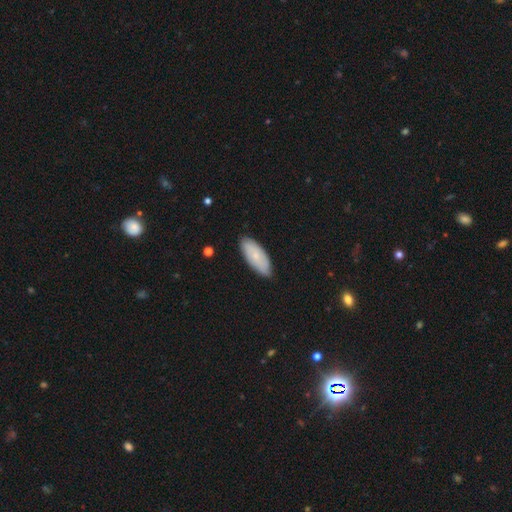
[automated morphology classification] The model was most divided on "smooth or featured": smooth: 73%, featured or disk: 21%, star or artifact: 6%. More confident: how rounded — in between (85%); merging — none (83%).